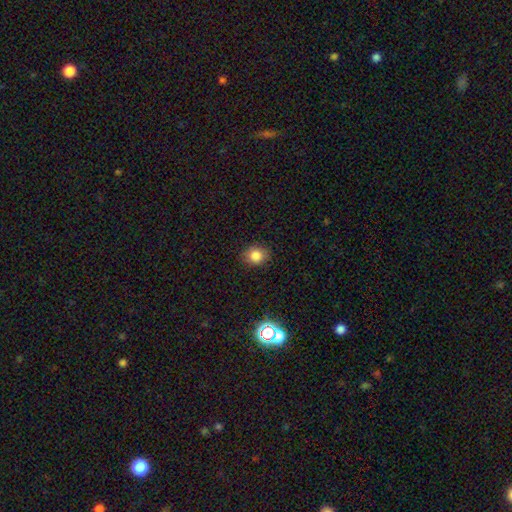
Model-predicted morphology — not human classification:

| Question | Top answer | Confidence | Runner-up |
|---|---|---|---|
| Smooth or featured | smooth | 82% | star or artifact (13%) |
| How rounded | round | 65% | in between (34%) |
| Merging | none | 85% | minor disturbance (11%) |